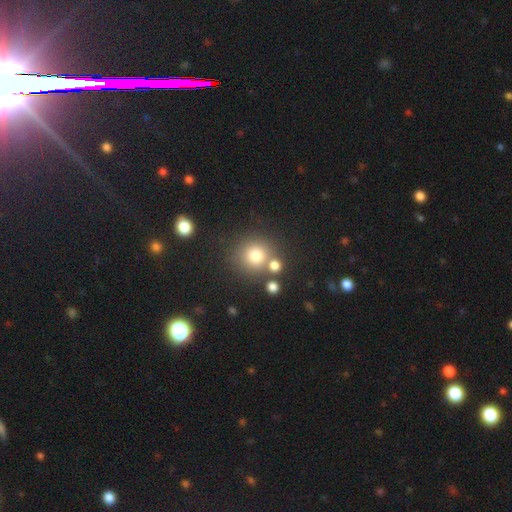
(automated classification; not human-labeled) Smooth or featured: smooth — 77% (star or artifact — 14%)
How rounded: round — 91% (in between — 8%)
Merging: none — 71% (merger — 16%)